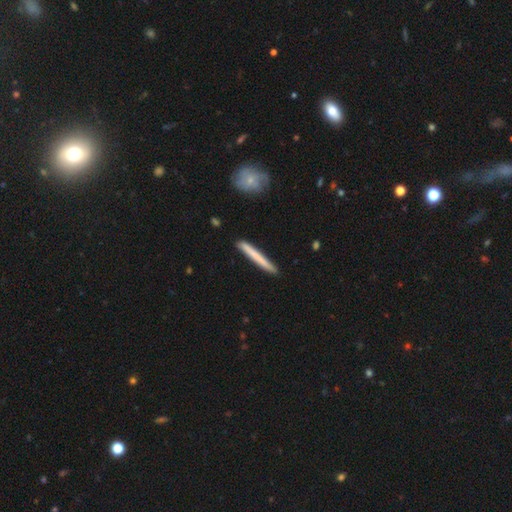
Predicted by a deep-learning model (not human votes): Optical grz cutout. It shows a smooth galaxy with no disk features (65%) that is cigar-shaped (97%). Merging: none (91%).